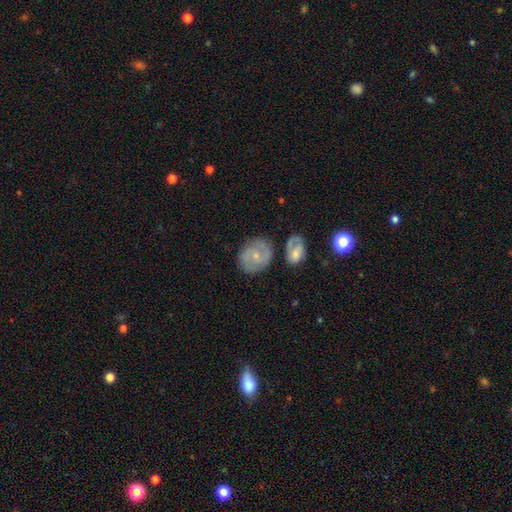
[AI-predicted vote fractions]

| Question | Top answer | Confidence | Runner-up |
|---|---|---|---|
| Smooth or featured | featured or disk | 59% | smooth (33%) |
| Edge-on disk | no | 97% | yes (3%) |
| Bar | no | 62% | weak (31%) |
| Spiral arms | yes | 81% | no (19%) |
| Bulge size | small | 71% | moderate (24%) |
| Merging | none | 71% | minor disturbance (15%) |